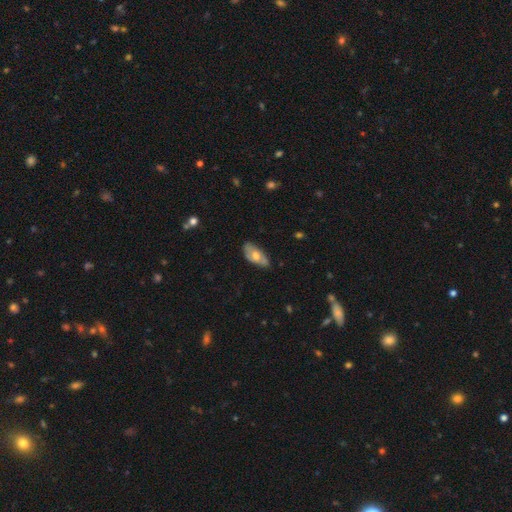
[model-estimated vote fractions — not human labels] A smooth galaxy with no disk features (51%) that is in between round and cigar-shaped (89%). Merging: none (67%).